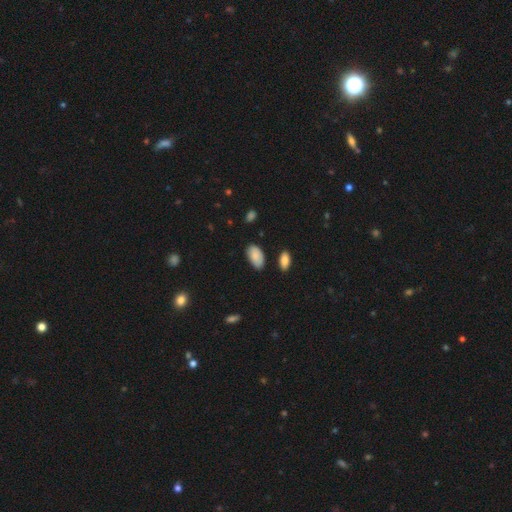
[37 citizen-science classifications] Smooth or featured? 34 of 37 (92%) said smooth. How rounded? 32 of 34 (94%) said in between. Merging? 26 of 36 (72%) said none.